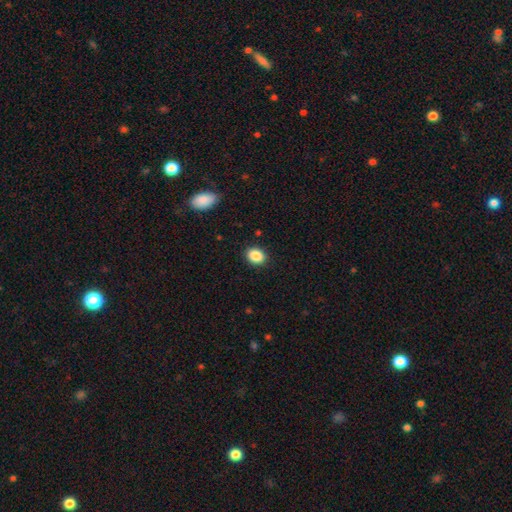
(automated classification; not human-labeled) smooth_or_featured: smooth (p=0.88) [alt: star or artifact p=0.09]
how_rounded: in between (p=0.61) [alt: round p=0.38]
merging: none (p=0.89) [alt: minor disturbance p=0.07]